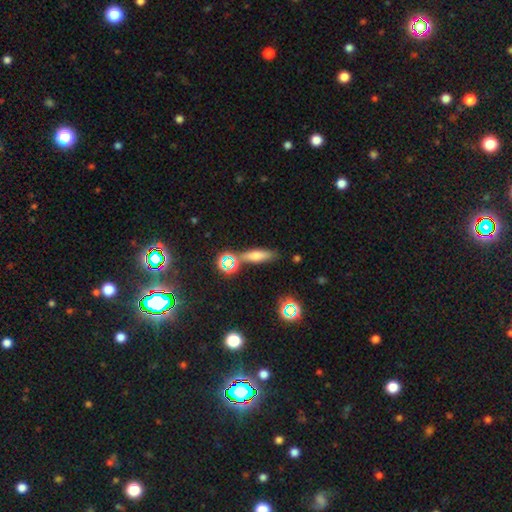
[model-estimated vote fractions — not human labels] Smooth or featured? Predicted: smooth (p=0.60). How rounded? Predicted: cigar-shaped (p=0.53). Merging? Predicted: none (p=0.73).